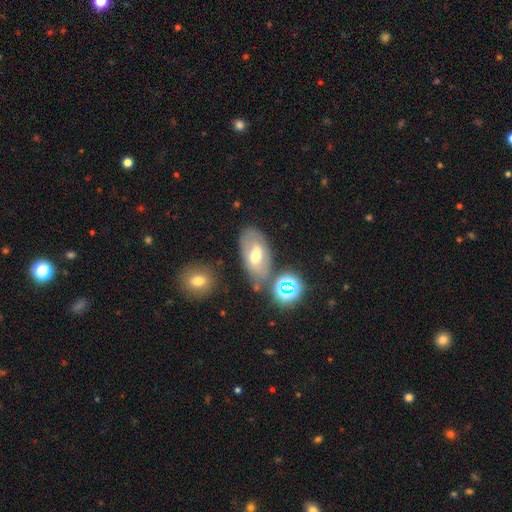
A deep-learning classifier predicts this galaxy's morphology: type=smooth (47%); merging=none (67%).